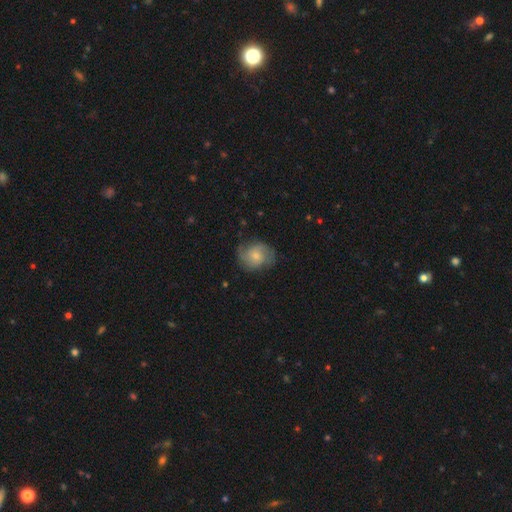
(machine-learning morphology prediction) Smooth or featured? Predicted: featured or disk (p=0.53). Edge-on disk? Predicted: no (p=0.97). Bar? Predicted: no (p=0.71). Spiral arms? Predicted: yes (p=0.86). Bulge size? Predicted: small (p=0.58). Merging? Predicted: none (p=0.68).